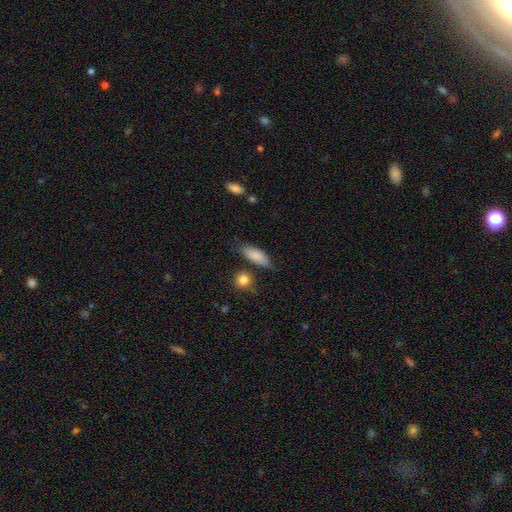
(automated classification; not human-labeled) smooth 84%, featured or disk 10%, star or artifact 6%. Down the decision tree: how rounded — in between (70%); merging — none (68%).